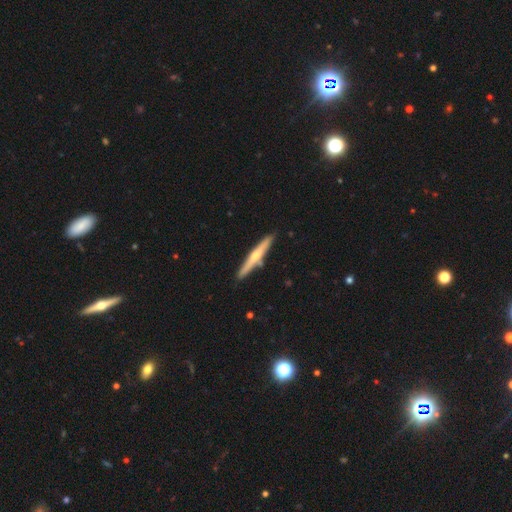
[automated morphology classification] Q: Smooth or featured?
A: featured or disk (59%); runner-up: smooth (36%)
Q: Edge-on disk?
A: yes (97%); runner-up: no (3%)
Q: Edge-on bulge?
A: rounded (83%); runner-up: none (14%)
Q: Merging?
A: none (85%); runner-up: minor disturbance (9%)